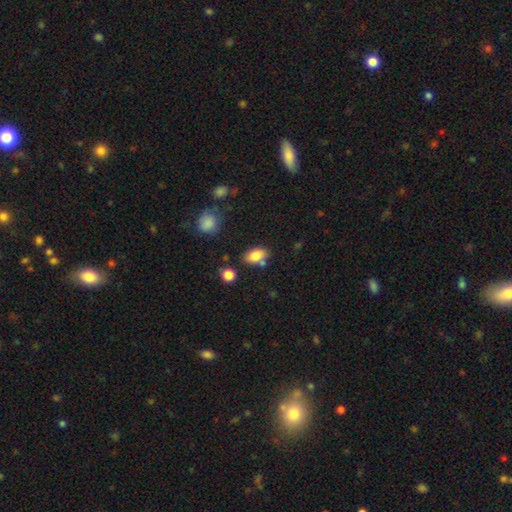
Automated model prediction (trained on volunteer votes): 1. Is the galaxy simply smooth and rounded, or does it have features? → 83% smooth, 9% star or artifact, 8% featured or disk.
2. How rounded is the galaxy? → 87% in between, 11% round, 2% cigar-shaped.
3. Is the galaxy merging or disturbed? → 70% none, 14% minor disturbance, 12% merger, 4% major disturbance.